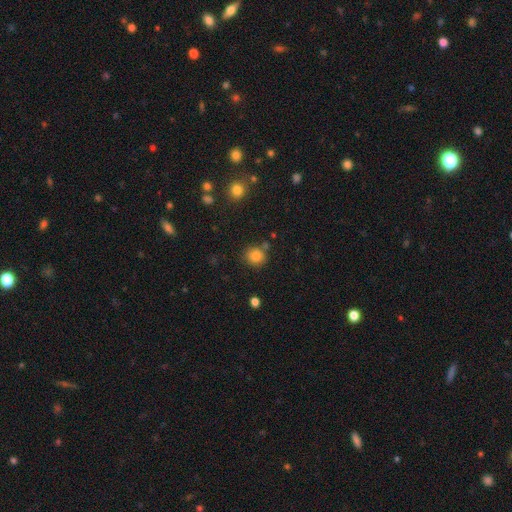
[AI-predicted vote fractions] A smooth galaxy with no disk features (84%) that is round (89%). Merging: none (79%).